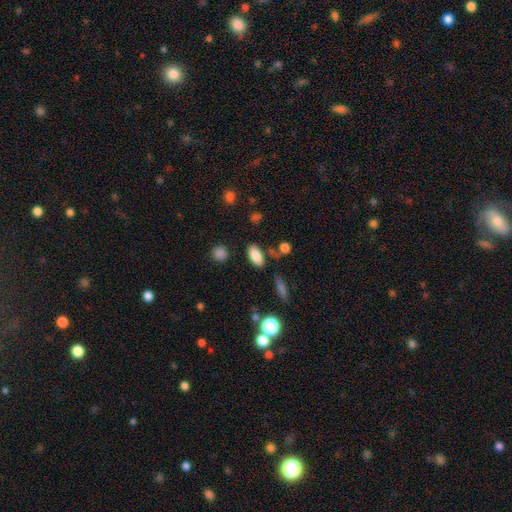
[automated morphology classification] The model was most divided on "merging": none: 78%, minor disturbance: 13%, merger: 5%, major disturbance: 4%. More confident: how rounded — in between (89%); smooth or featured — smooth (85%).